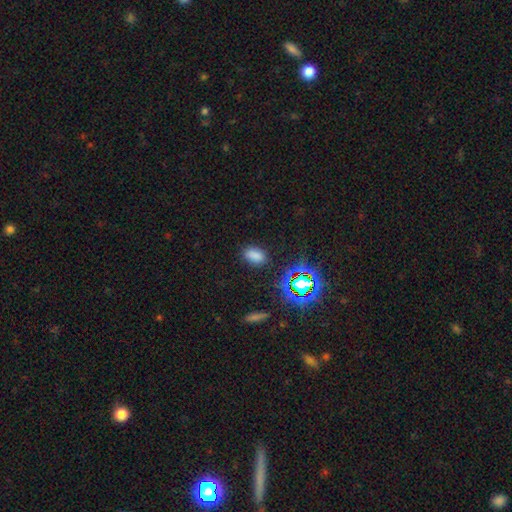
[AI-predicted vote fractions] This is likely a smooth galaxy (73%). How rounded: clearly in between (89%). Merging: clearly none (83%).